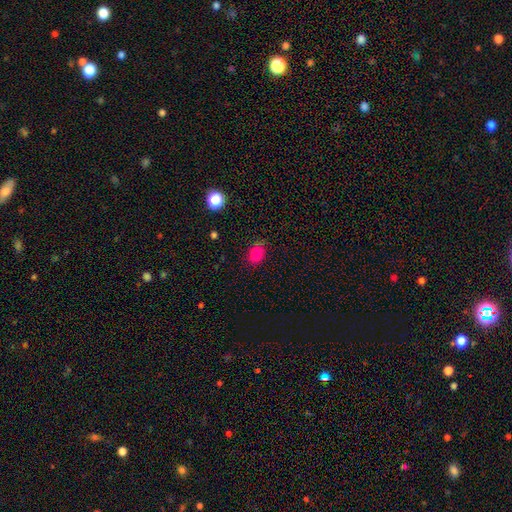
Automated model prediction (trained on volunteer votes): smooth-or-featured: smooth: 81% | star or artifact: 14% | featured or disk: 5%
  how-rounded: in between: 57% | round: 42% | cigar-shaped: 1%
  merging: none: 74% | minor disturbance: 19% | major disturbance: 5% | merger: 2%